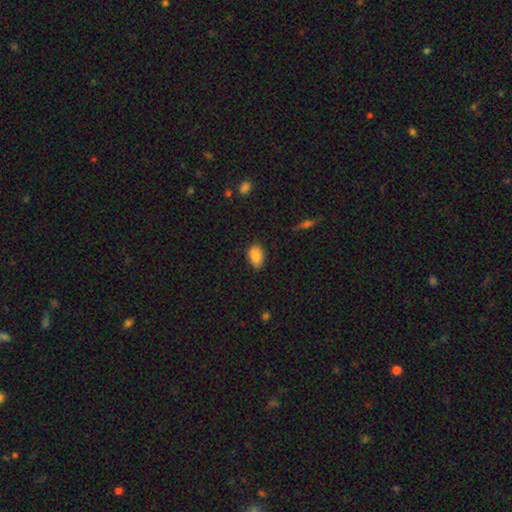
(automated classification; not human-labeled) A smooth galaxy with no disk features (84%) that is in between round and cigar-shaped (87%). Merging: none (76%).